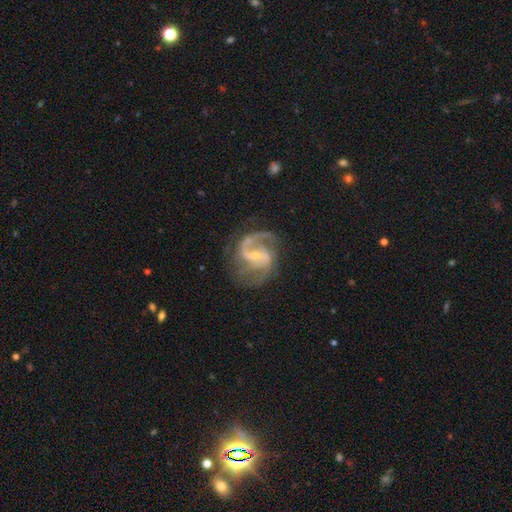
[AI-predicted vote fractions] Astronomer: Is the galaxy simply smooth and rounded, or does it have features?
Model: featured or disk — 90%.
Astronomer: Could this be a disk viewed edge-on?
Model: no — 98%.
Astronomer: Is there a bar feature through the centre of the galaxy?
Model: weak — 47% (runner-up: no, 31%).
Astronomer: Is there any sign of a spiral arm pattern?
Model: yes — 97%.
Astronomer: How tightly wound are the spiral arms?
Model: medium — 58%.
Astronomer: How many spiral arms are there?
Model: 2 — 76%.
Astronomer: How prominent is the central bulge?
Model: small — 70%.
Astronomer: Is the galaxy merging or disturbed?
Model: none — 67%.